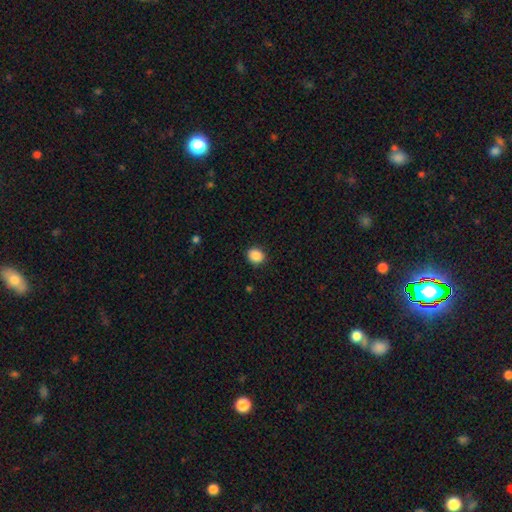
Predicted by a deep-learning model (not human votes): A smooth galaxy with no disk features (88%) that is round (74%). Merging: none (90%).